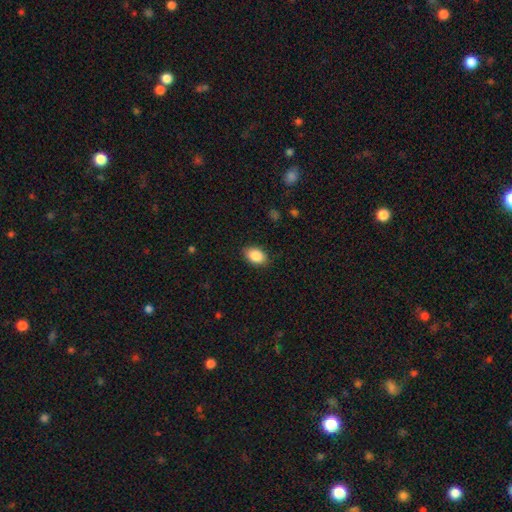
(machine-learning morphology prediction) Smooth or featured: smooth — 88% (star or artifact — 7%)
How rounded: in between — 88% (round — 11%)
Merging: none — 88% (minor disturbance — 9%)